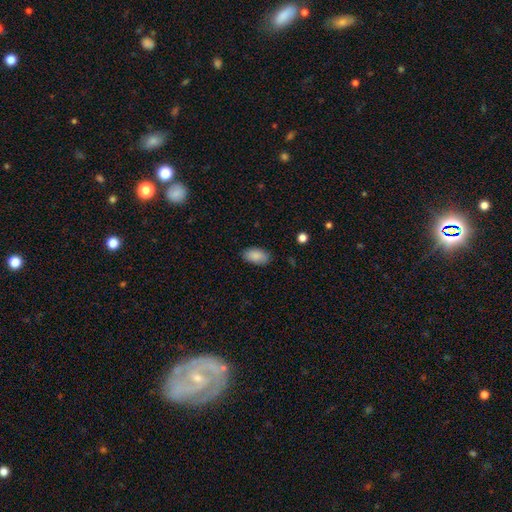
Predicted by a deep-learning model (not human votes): Smooth or featured?
  - smooth: 88% *
  - star or artifact: 7%
  - featured or disk: 5%
How rounded?
  - in between: 94% *
  - round: 3%
  - cigar-shaped: 2%
Merging?
  - none: 85% *
  - minor disturbance: 11%
  - major disturbance: 3%
  - merger: 1%